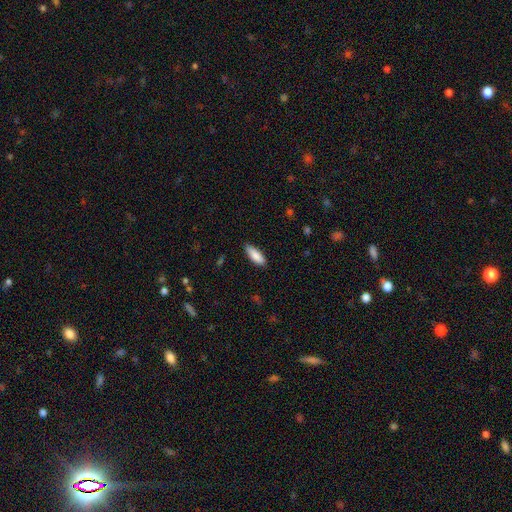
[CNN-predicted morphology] Q: Smooth or featured?
A: smooth (87%); runner-up: featured or disk (8%)
Q: How rounded?
A: in between (66%); runner-up: cigar-shaped (33%)
Q: Merging?
A: none (85%); runner-up: minor disturbance (12%)